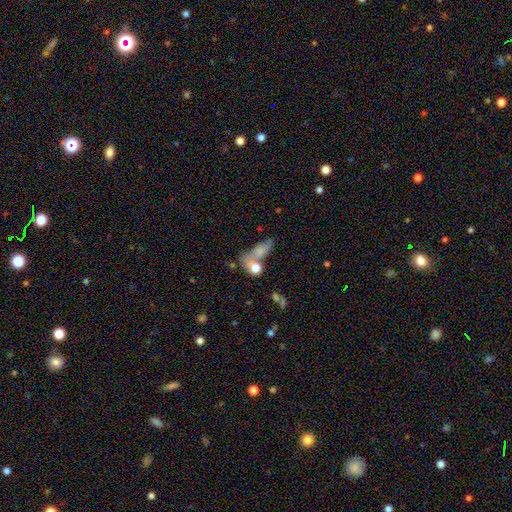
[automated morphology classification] Smooth or featured: smooth — 53% (featured or disk — 27%)
How rounded: in between — 59% (round — 24%)
Merging: none — 39% (merger — 33%)